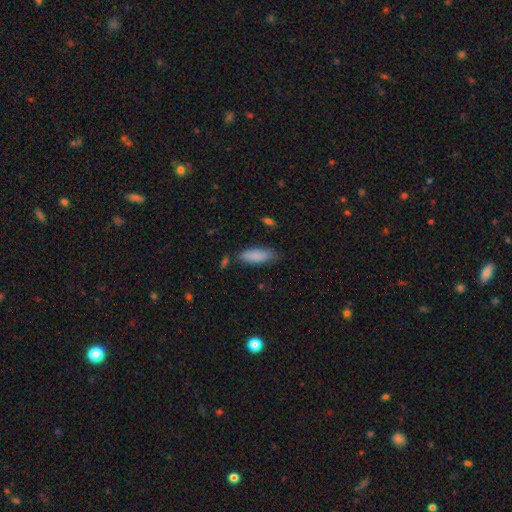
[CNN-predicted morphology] A smooth galaxy with no disk features (86%) that is in between round and cigar-shaped (63%). Merging: none (72%).